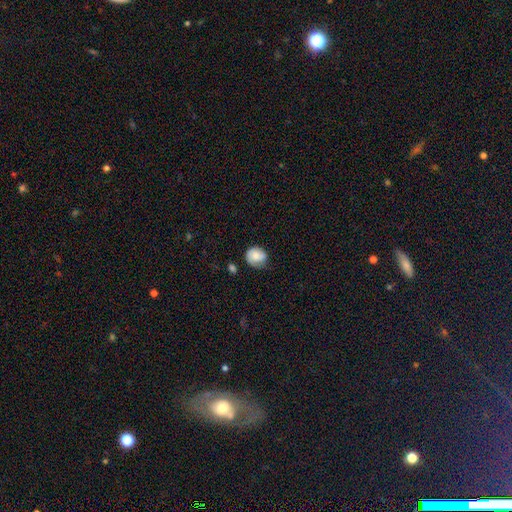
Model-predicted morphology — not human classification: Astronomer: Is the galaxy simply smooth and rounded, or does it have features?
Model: smooth — 71%.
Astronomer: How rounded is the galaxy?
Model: round — 66%.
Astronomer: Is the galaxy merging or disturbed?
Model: none — 54% (runner-up: minor disturbance, 33%).